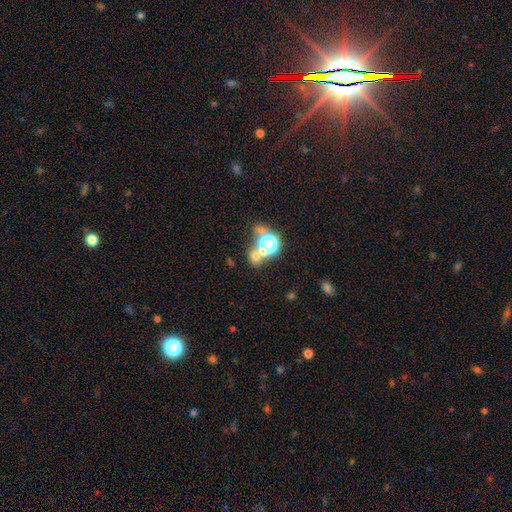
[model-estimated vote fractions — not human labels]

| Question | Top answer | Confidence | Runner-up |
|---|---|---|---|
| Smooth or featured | smooth | 52% | star or artifact (33%) |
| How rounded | round | 63% | in between (35%) |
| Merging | none | 42% | tied: merger (42%) |